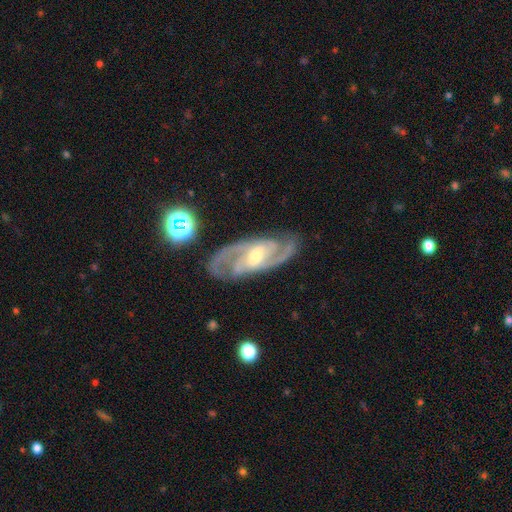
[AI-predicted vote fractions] Smooth or featured? featured or disk (91%)
Edge-on disk? no (95%)
Bar? weak (49%)
Spiral arms? yes (98%)
Spiral winding? medium (52%)
Spiral arm count? 2 (79%)
Bulge size? moderate (56%)
Merging? none (82%)